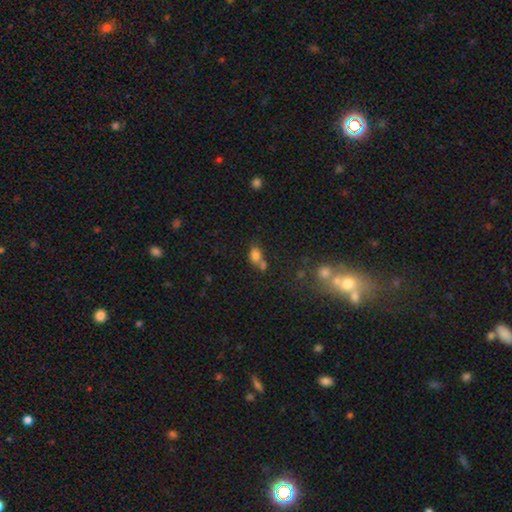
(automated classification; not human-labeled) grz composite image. It shows a smooth galaxy with no disk features (76%) that is in between round and cigar-shaped (74%). Merging: merger (42%).